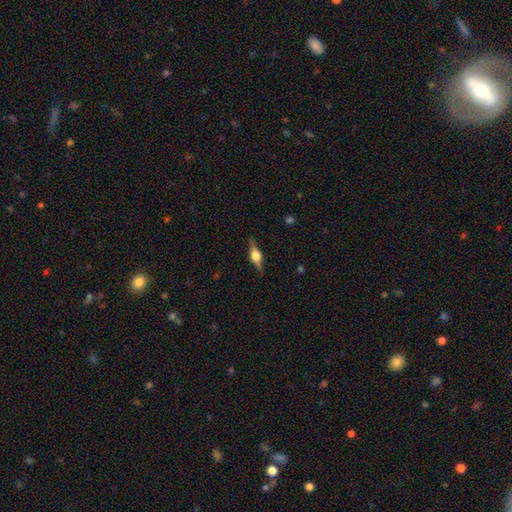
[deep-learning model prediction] featured or disk 73%, smooth 20%, star or artifact 7%. Down the decision tree: edge-on disk — yes (97%); edge-on bulge — rounded (92%); merging — none (87%).